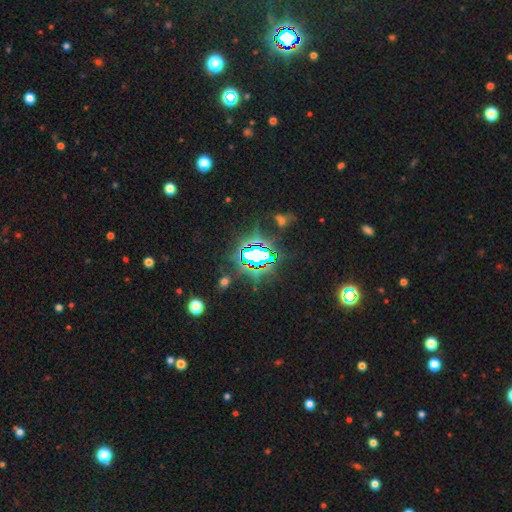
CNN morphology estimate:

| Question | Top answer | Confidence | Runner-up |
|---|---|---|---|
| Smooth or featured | star or artifact | 78% | smooth (12%) |